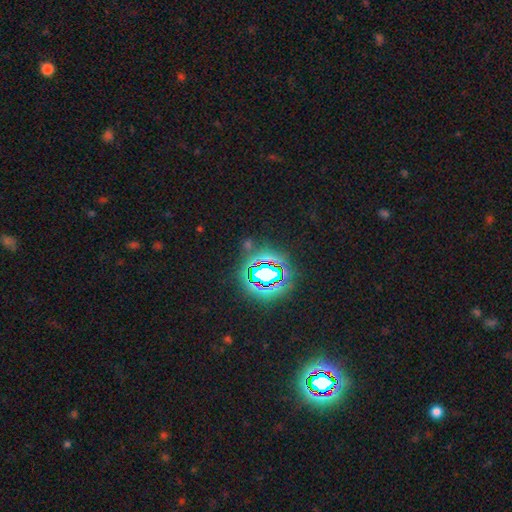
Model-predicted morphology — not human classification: Overall: star or artifact (81%).